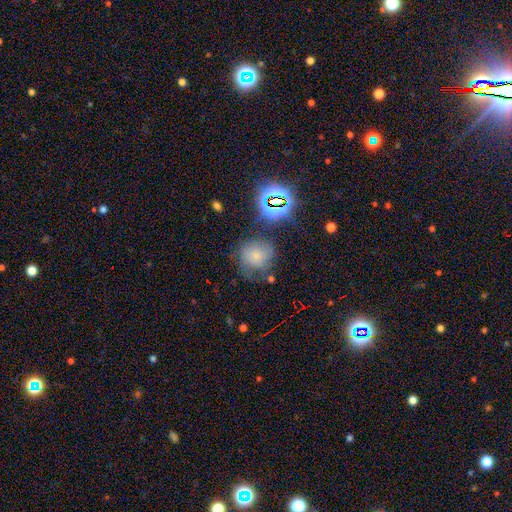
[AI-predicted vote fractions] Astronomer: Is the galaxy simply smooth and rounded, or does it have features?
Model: smooth — 61%.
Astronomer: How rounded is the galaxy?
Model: round — 80%.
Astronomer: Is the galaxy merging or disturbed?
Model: none — 53%.